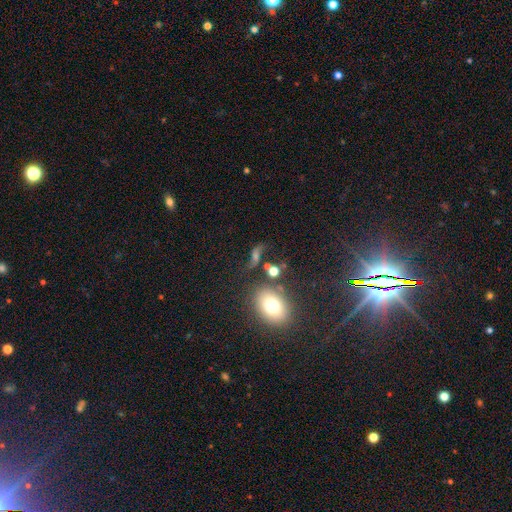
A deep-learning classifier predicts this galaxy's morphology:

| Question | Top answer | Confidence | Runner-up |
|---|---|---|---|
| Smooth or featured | smooth | 41% | featured or disk (37%) |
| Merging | none | 56% | minor disturbance (19%) |